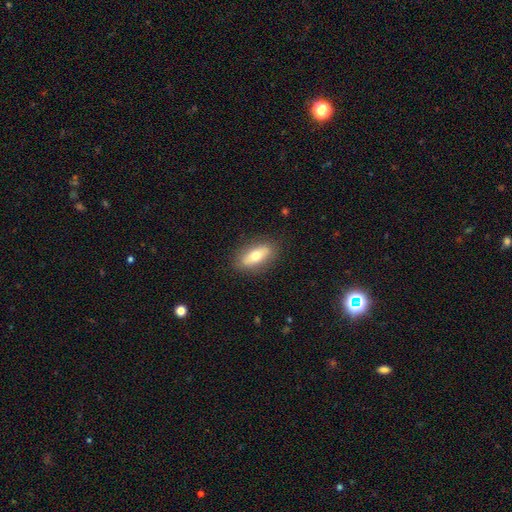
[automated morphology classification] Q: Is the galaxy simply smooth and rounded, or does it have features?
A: smooth — 62%.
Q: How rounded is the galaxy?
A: in between — 78%.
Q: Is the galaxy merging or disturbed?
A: none — 85%.